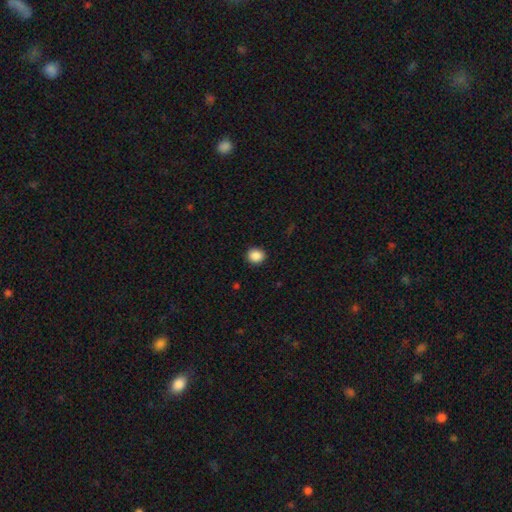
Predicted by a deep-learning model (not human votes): Smooth or featured? smooth (88%)
How rounded? round (81%)
Merging? none (91%)